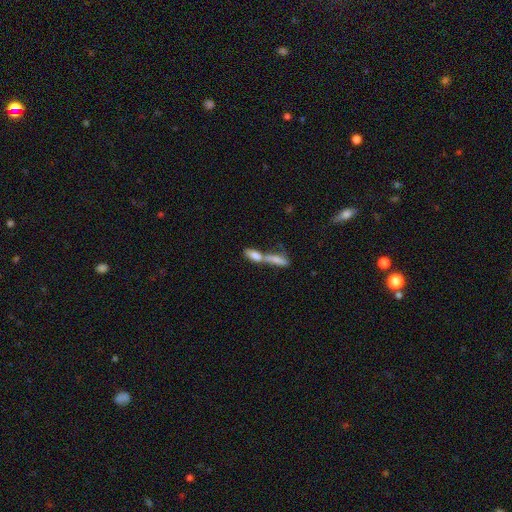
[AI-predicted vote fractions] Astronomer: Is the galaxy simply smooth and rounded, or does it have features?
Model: smooth — 72%.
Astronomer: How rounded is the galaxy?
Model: in between — 59% (runner-up: cigar-shaped, 37%).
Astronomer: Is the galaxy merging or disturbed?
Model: merger — 74%.